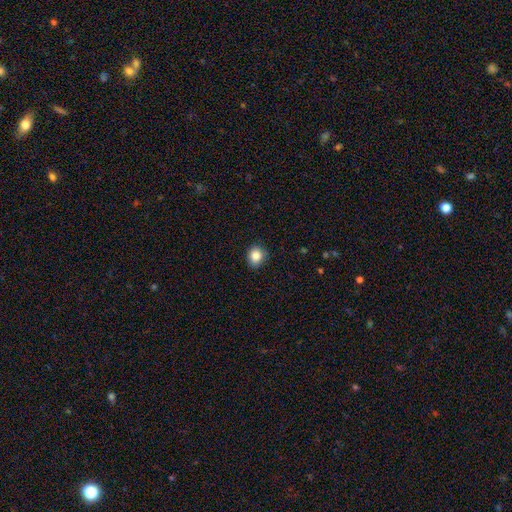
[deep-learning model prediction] Smooth or featured?
  - smooth: 86% *
  - star or artifact: 9%
  - featured or disk: 5%
How rounded?
  - round: 69% *
  - in between: 30%
  - cigar-shaped: 1%
Merging?
  - none: 83% *
  - minor disturbance: 13%
  - major disturbance: 3%
  - merger: 1%